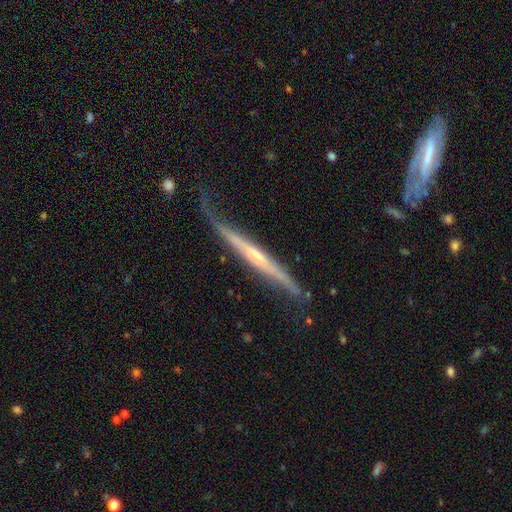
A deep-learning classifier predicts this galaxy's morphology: type=featured or disk (76%); edge-on=yes (90%); edge-on bulge=rounded (49%); merging=none (53%).